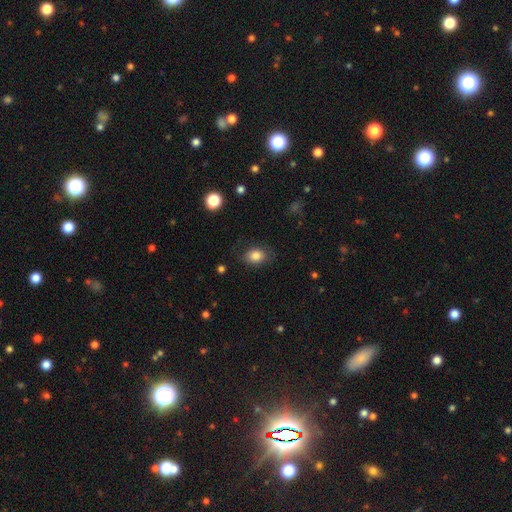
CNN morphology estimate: Smooth or featured? smooth (83%)
How rounded? in between (66%)
Merging? none (78%)